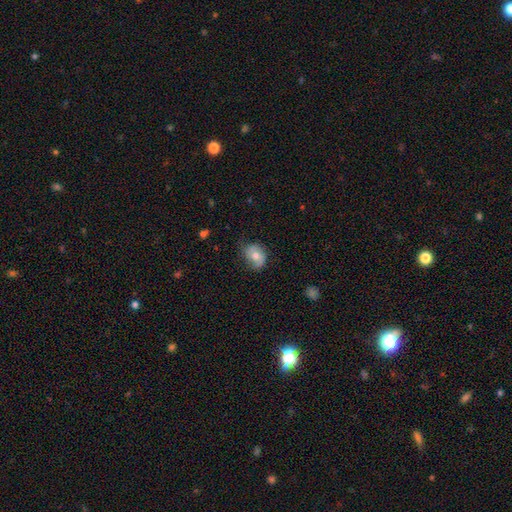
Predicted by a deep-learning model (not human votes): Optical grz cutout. It shows a smooth galaxy with no disk features (60%) that is in between round and cigar-shaped (50%). Merging: none (61%).